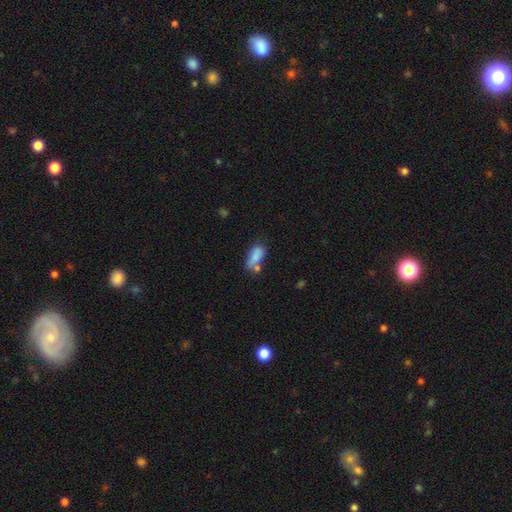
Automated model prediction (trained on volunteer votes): Morphology: type=smooth (78%); roundness=in between (81%); merging=none (39%).